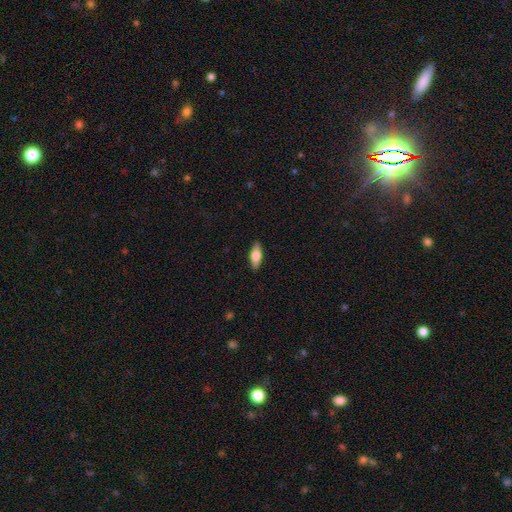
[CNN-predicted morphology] Smooth or featured: smooth — 69% (featured or disk — 24%)
How rounded: in between — 76% (cigar-shaped — 21%)
Merging: none — 89% (minor disturbance — 9%)